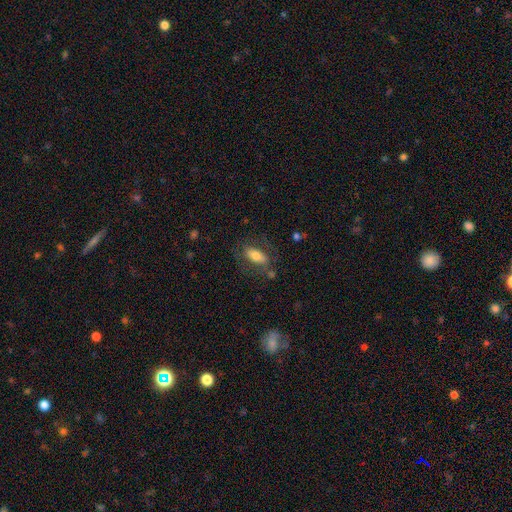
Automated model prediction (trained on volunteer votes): The model was most divided on "smooth or featured": smooth: 65%, featured or disk: 27%, star or artifact: 8%. More confident: how rounded — in between (78%); merging — none (66%).